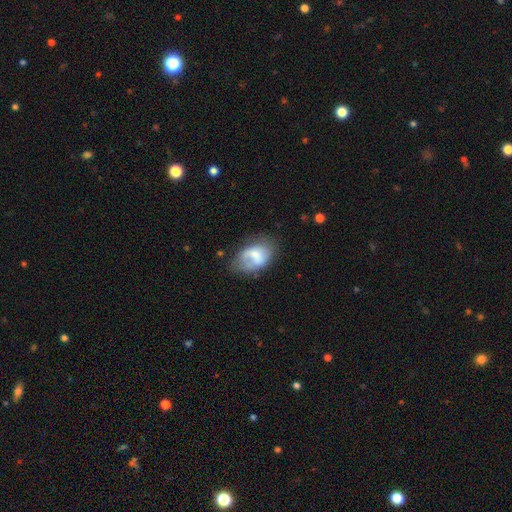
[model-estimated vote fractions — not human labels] This is possibly a smooth galaxy (56%). How rounded: clearly in between (85%). Merging: marginally none (43%).